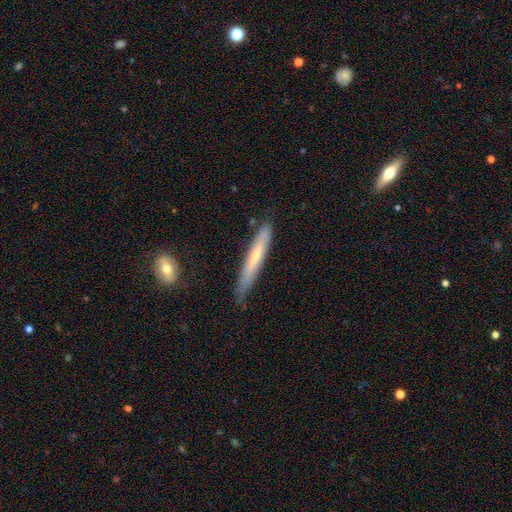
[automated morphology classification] smooth 50%, featured or disk 43%, star or artifact 6%. Down the decision tree: how rounded — cigar-shaped (94%); merging — none (68%).